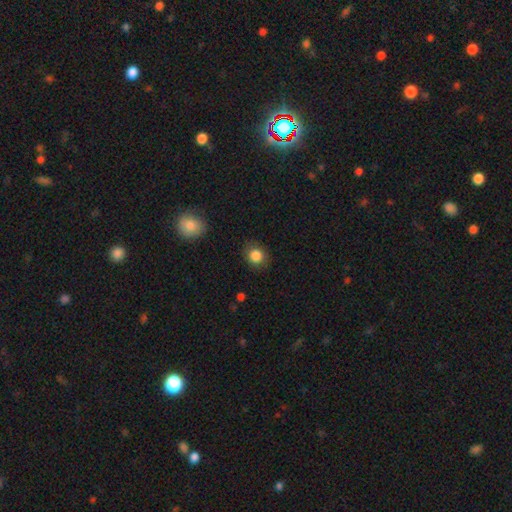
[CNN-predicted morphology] smooth-or-featured: smooth: 85% | star or artifact: 10% | featured or disk: 5%
  how-rounded: round: 79% | in between: 20% | cigar-shaped: 1%
  merging: none: 83% | minor disturbance: 13% | major disturbance: 3% | merger: 1%